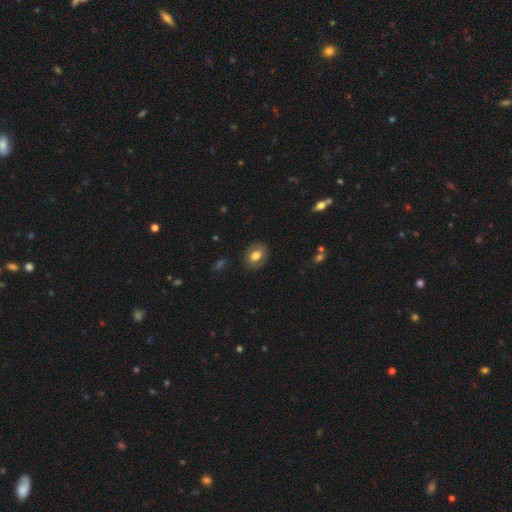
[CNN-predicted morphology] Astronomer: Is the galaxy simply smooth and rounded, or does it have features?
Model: smooth — 70%.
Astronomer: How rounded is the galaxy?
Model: in between — 62%.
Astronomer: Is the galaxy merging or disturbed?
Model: none — 84%.